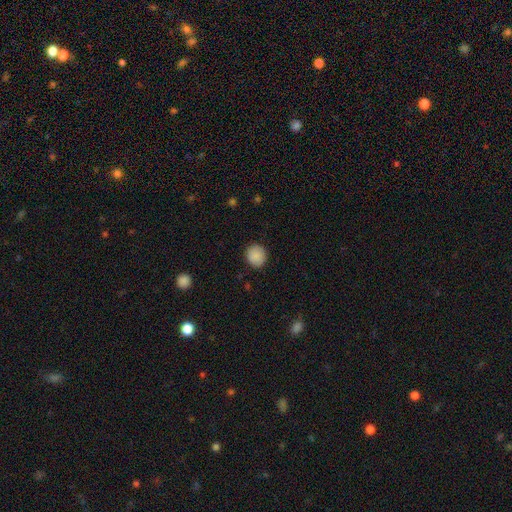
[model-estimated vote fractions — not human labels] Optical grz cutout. It shows a smooth galaxy with no disk features (89%) that is round (87%). Merging: none (89%).